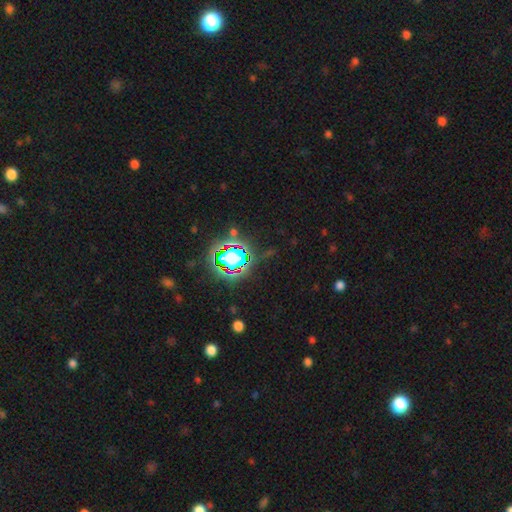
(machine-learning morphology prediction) This is clearly a star or artifact rather than a galaxy (81%).